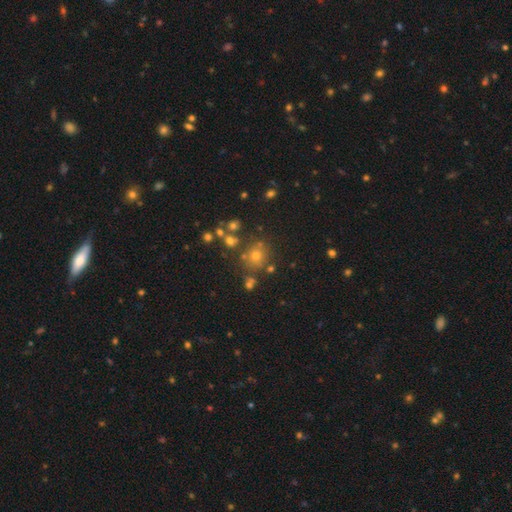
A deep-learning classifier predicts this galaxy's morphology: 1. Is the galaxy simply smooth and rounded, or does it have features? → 56% smooth, 33% star or artifact, 11% featured or disk.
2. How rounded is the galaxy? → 85% round, 14% in between, 1% cigar-shaped.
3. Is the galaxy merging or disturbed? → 73% none, 12% merger, 10% minor disturbance, 5% major disturbance.